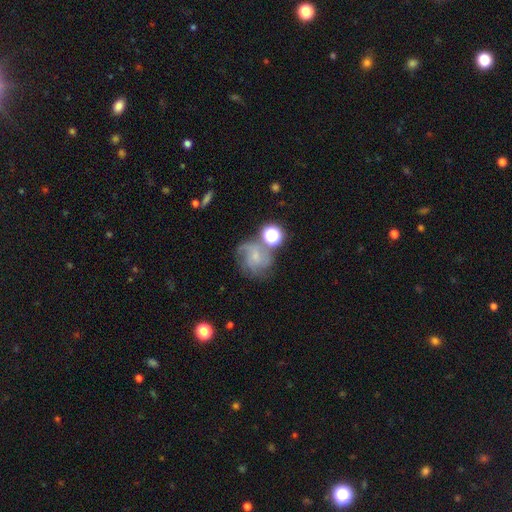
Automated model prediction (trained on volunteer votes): smooth-or-featured: featured or disk: 65% | smooth: 22% | star or artifact: 13%
  disk-edge-on: no: 98% | yes: 2%
    bar: no: 66% | weak: 30% | strong: 5%
    has-spiral-arms: yes: 90% | no: 10%
      spiral-winding: medium: 46% | tight: 35% | loose: 20%
      spiral-arm-count: 3: 31% | can't tell: 28% | 2: 17% | 4: 12% | 1: 6% | more than 4: 6%
    bulge-size: small: 67% | moderate: 18% | none: 12% | large: 2% | dominant: 1%
  merging: none: 53% | minor disturbance: 20% | major disturbance: 15% | merger: 12%